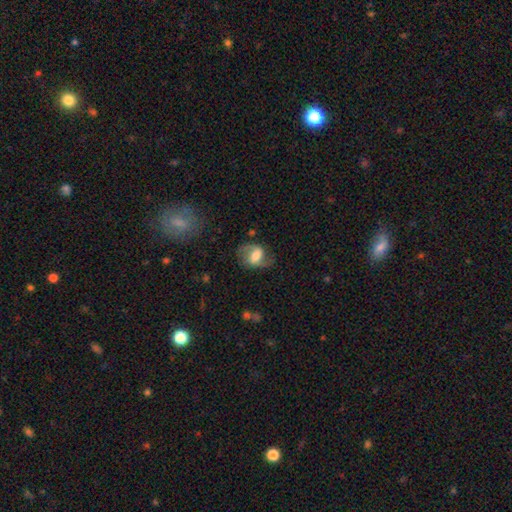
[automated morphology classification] type=featured or disk (66%); edge-on=no (96%); bar=weak (45%); spiral arms=yes (87%); winding=loose (44%); arm count=2 (87%); bulge=moderate (52%); merging=none (70%).